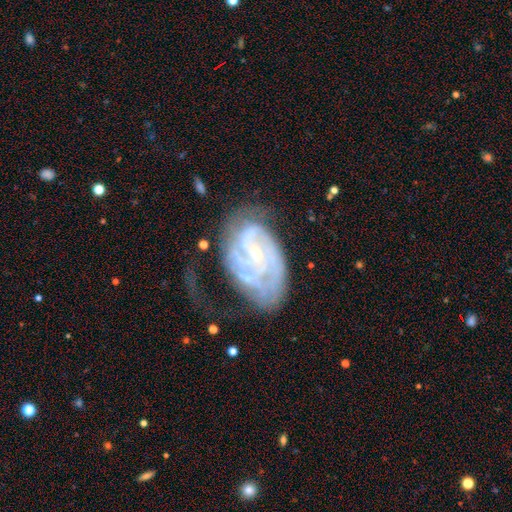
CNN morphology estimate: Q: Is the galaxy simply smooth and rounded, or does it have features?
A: featured or disk — 83%.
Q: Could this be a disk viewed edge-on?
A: no — 97%.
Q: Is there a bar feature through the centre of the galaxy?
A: no — 63%.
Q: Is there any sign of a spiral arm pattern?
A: yes — 90%.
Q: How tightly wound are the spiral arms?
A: tight — 61%.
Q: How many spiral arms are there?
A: can't tell — 40%.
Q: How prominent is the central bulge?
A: small — 75%.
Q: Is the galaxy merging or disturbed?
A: major disturbance — 34%, tied with none.